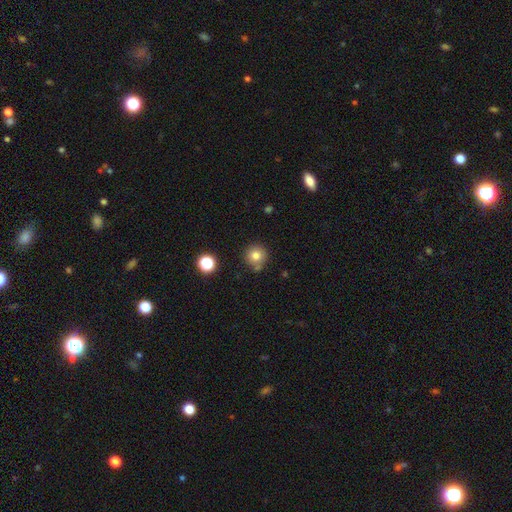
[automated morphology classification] A smooth galaxy with no disk features (78%) that is round (94%).

Vote fractions:
- Smooth or featured? smooth: 78% / star or artifact: 13% / featured or disk: 9%
- How rounded? round: 94% / in between: 5% / cigar-shaped: 1%
- Merging? none: 78% / minor disturbance: 11% / merger: 9% / major disturbance: 3%